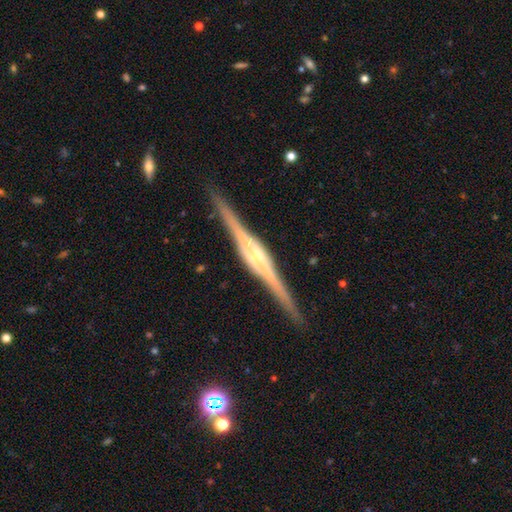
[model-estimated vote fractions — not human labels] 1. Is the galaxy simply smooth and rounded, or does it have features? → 90% featured or disk, 5% smooth, 5% star or artifact.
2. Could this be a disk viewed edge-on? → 98% yes, 2% no.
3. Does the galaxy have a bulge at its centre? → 48% boxy, 47% rounded, 5% none.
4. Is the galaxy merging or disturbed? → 90% none, 7% minor disturbance, 2% major disturbance, 1% merger.